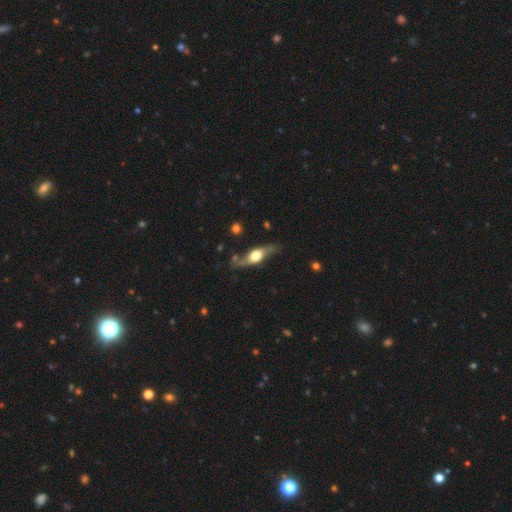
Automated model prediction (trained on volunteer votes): A featured or disk galaxy (65%) viewed edge-on (70%). Merging: none (69%).